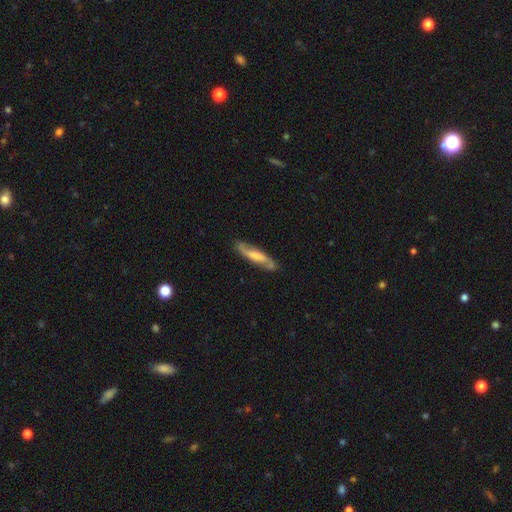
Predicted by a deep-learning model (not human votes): This appears to be a featured or disk galaxy (61%). Merging: none (79%).